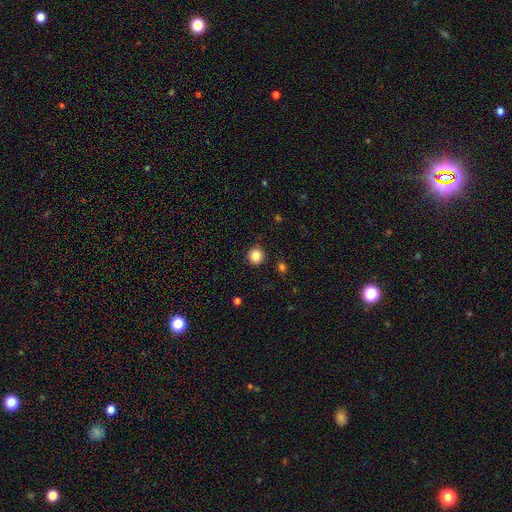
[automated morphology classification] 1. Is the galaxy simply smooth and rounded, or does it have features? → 86% smooth, 10% star or artifact, 4% featured or disk.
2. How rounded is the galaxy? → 93% round, 6% in between, 1% cigar-shaped.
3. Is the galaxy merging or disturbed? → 90% none, 6% minor disturbance, 2% major disturbance, 2% merger.